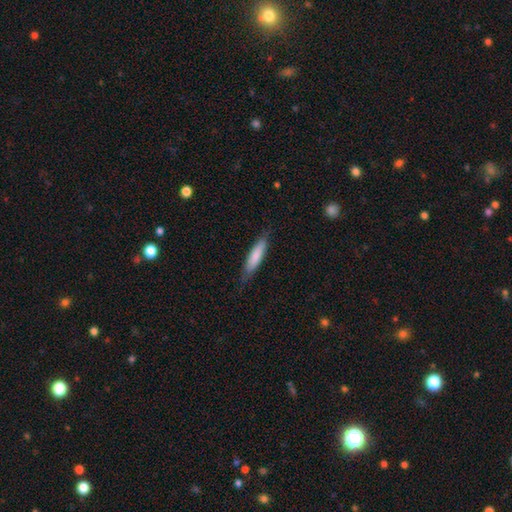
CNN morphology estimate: Q: Smooth or featured?
A: smooth (80%); runner-up: featured or disk (15%)
Q: How rounded?
A: cigar-shaped (76%); runner-up: in between (23%)
Q: Merging?
A: none (79%); runner-up: minor disturbance (16%)